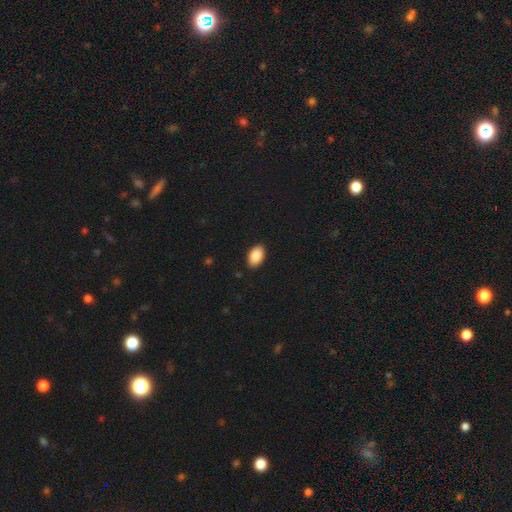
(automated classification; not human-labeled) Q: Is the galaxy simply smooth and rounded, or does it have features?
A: smooth — 88%.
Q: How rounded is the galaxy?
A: in between — 93%.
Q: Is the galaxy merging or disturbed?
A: none — 89%.